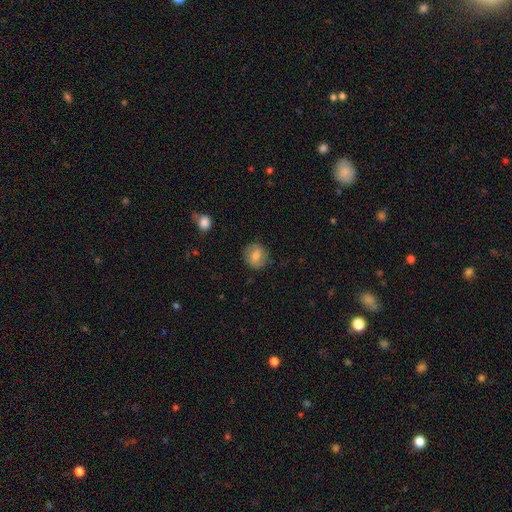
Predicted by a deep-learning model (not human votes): smooth_or_featured: smooth (p=0.62) [alt: featured or disk p=0.29]
how_rounded: round (p=0.82) [alt: in between p=0.17]
merging: none (p=0.83) [alt: minor disturbance p=0.12]